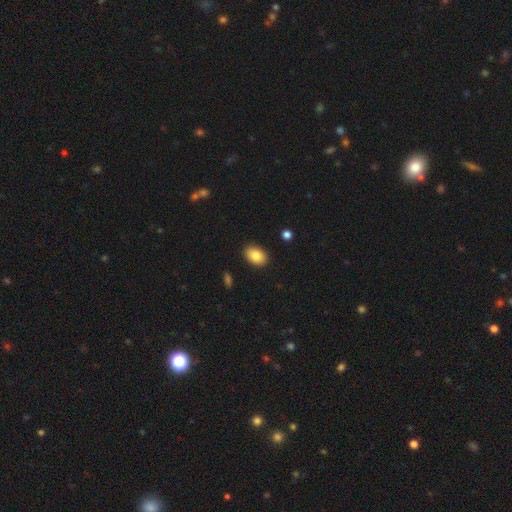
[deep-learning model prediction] This is clearly a smooth galaxy (86%). How rounded: clearly in between (86%). Merging: clearly none (89%).